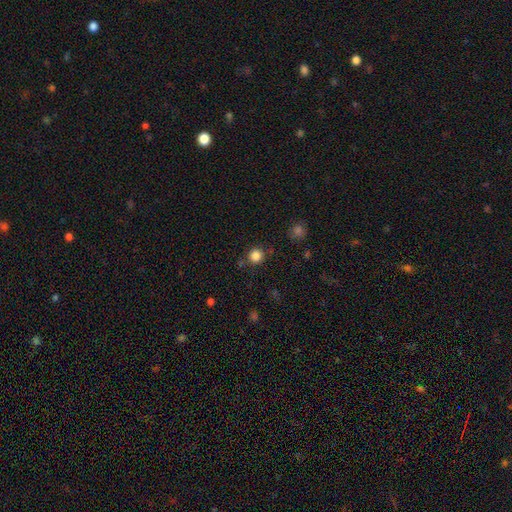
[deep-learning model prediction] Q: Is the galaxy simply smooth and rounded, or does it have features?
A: smooth — 84%.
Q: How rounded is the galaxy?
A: round — 93%.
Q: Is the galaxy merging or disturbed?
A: none — 84%.